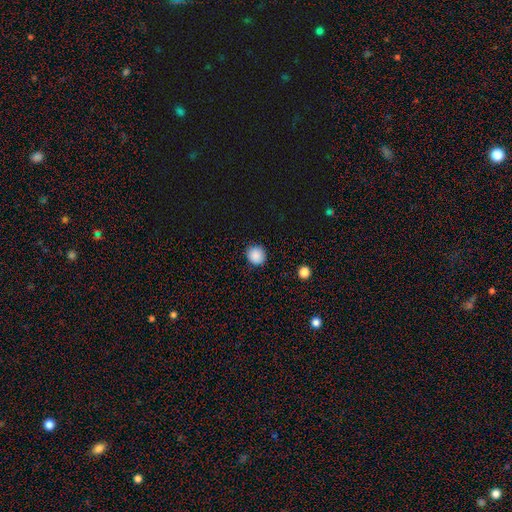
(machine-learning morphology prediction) A smooth galaxy with no disk features (87%) that is round (87%). Merging: none (88%).